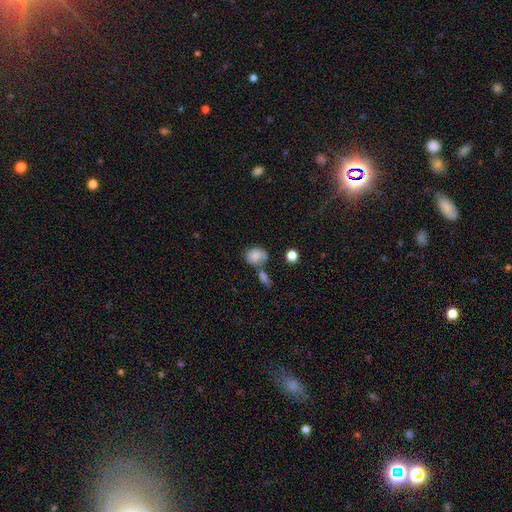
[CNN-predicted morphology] This is clearly a smooth galaxy (82%). How rounded: possibly in between (54%). Merging: marginally none (43%).